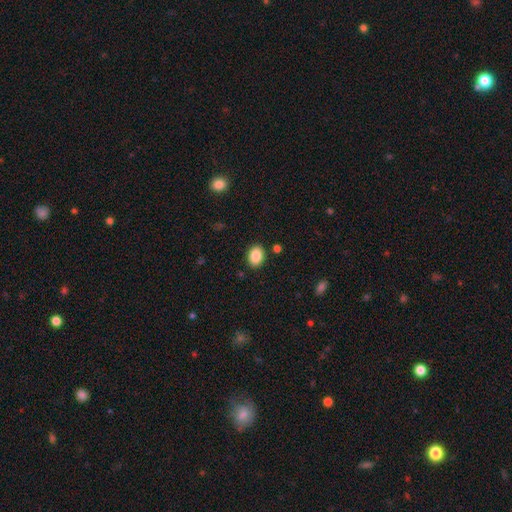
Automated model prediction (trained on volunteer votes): Smooth or featured? Predicted: smooth (p=0.87). How rounded? Predicted: in between (p=0.68). Merging? Predicted: none (p=0.88).